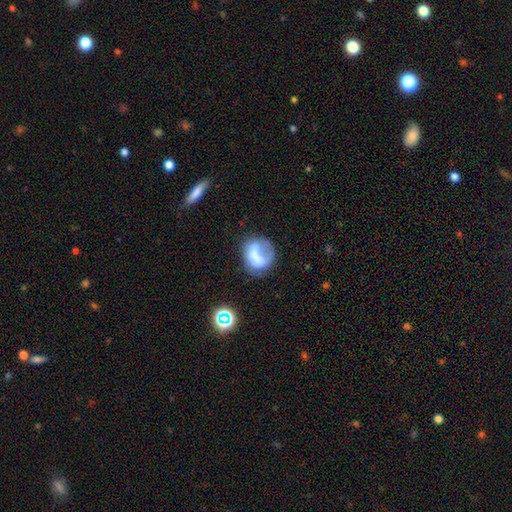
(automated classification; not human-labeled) smooth_or_featured: smooth (p=0.59) [alt: featured or disk p=0.31]
how_rounded: round (p=0.64) [alt: in between p=0.35]
merging: none (p=0.41) [alt: major disturbance p=0.27]